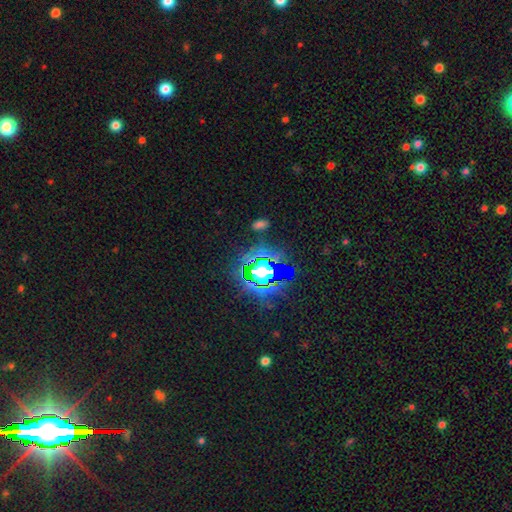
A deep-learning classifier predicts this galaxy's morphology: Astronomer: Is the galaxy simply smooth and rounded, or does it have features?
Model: star or artifact — 81%.